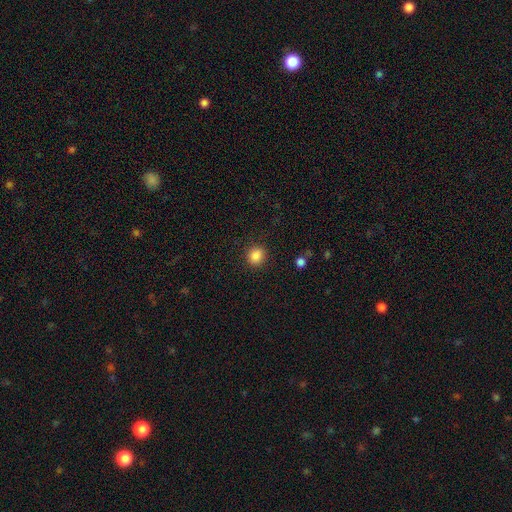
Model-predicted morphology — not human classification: smooth-or-featured: smooth: 87% | star or artifact: 10% | featured or disk: 3%
  how-rounded: round: 82% | in between: 17% | cigar-shaped: 1%
  merging: none: 89% | minor disturbance: 7% | major disturbance: 3% | merger: 1%